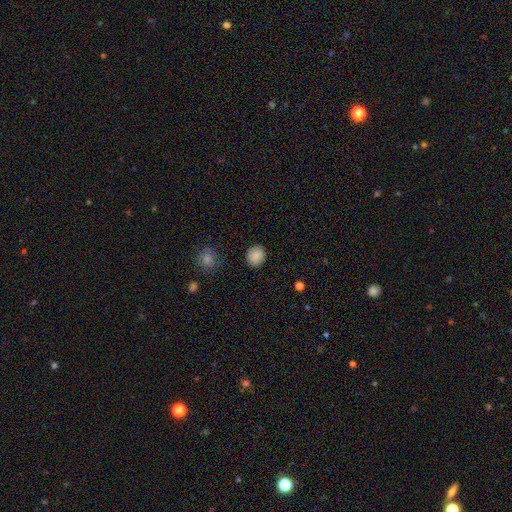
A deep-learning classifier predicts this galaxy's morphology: Smooth or featured? Predicted: smooth (p=0.87). How rounded? Predicted: round (p=0.78). Merging? Predicted: none (p=0.87).